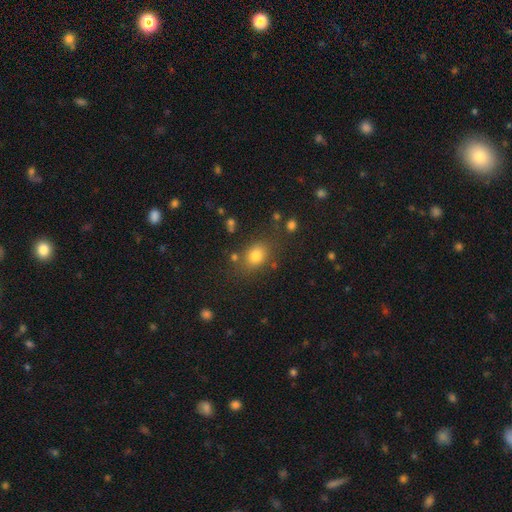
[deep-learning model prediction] This appears to be a smooth galaxy with no disk features (78%) that is in between round and cigar-shaped (58%). Merging: none (76%).